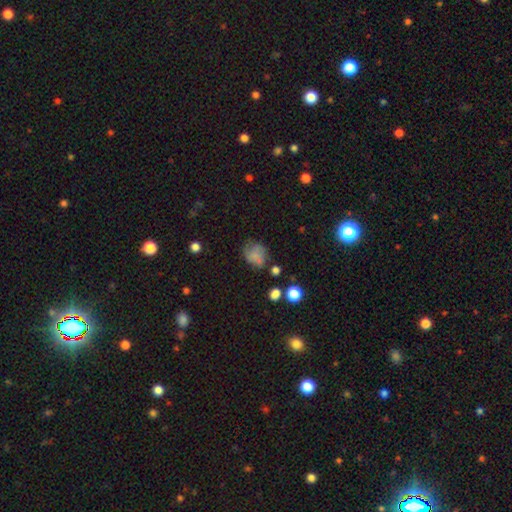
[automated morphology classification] The model was most divided on "merging": none: 50%, minor disturbance: 29%, major disturbance: 16%, merger: 5%. More confident: smooth or featured — smooth (71%); how rounded — round (64%).